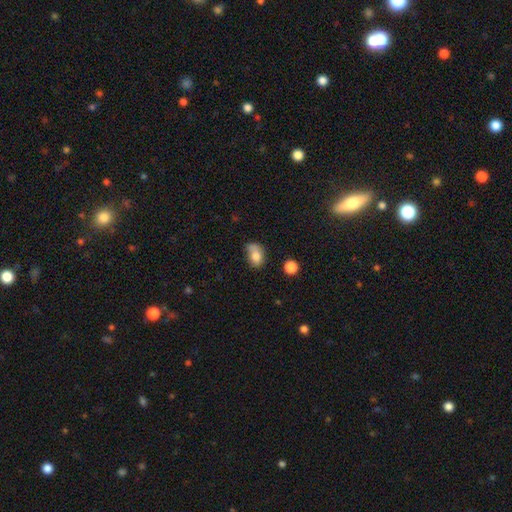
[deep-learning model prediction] A smooth galaxy with no disk features (76%) that is in between round and cigar-shaped (69%).

Vote fractions:
- Smooth or featured? smooth: 76% / featured or disk: 14% / star or artifact: 10%
- How rounded? in between: 69% / round: 30% / cigar-shaped: 1%
- Merging? none: 37% / minor disturbance: 30% / merger: 16% / major disturbance: 16%